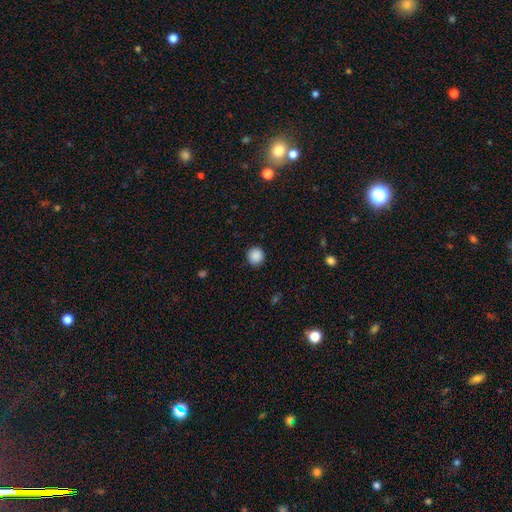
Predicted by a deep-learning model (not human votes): This appears to be a smooth galaxy with no disk features (88%) that is round (94%). Merging: none (91%).